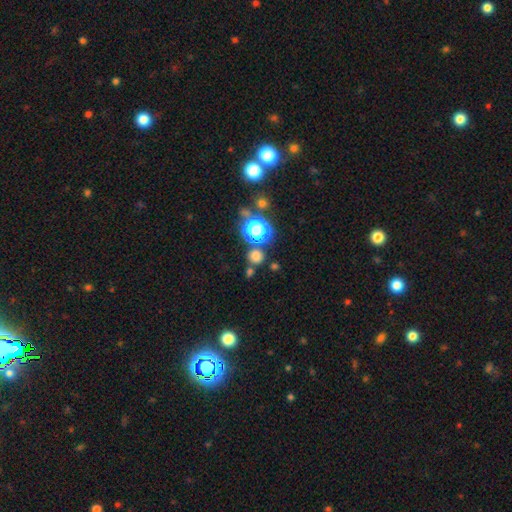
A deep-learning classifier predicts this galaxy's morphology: A smooth galaxy with no disk features (70%) that is round (89%).

Vote fractions:
- Smooth or featured? smooth: 70% / star or artifact: 24% / featured or disk: 6%
- How rounded? round: 89% / in between: 10% / cigar-shaped: 1%
- Merging? none: 74% / merger: 14% / minor disturbance: 8% / major disturbance: 4%